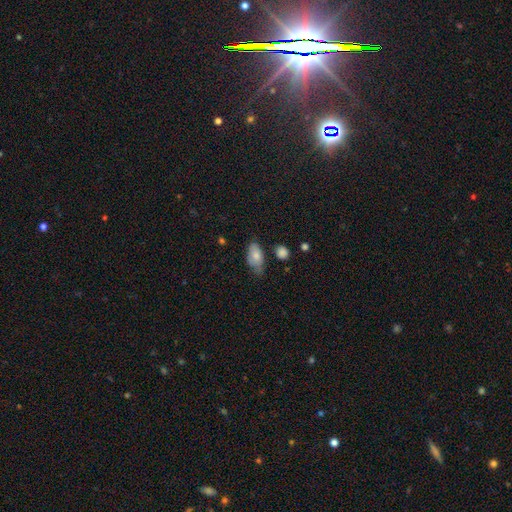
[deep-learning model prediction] A smooth galaxy with no disk features (77%) that is in between round and cigar-shaped (91%).

Vote fractions:
- Smooth or featured? smooth: 77% / featured or disk: 16% / star or artifact: 7%
- How rounded? in between: 91% / round: 5% / cigar-shaped: 4%
- Merging? none: 49% / minor disturbance: 38% / major disturbance: 9% / merger: 4%